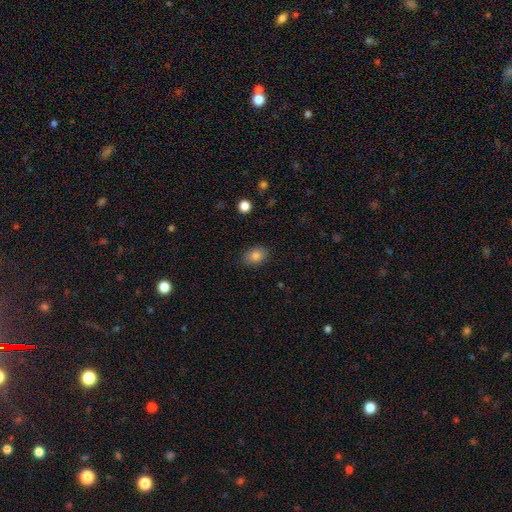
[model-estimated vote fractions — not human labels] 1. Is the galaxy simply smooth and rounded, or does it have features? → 84% smooth, 9% star or artifact, 7% featured or disk.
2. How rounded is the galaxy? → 68% in between, 31% round, 1% cigar-shaped.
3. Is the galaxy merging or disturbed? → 84% none, 12% minor disturbance, 3% major disturbance, 1% merger.